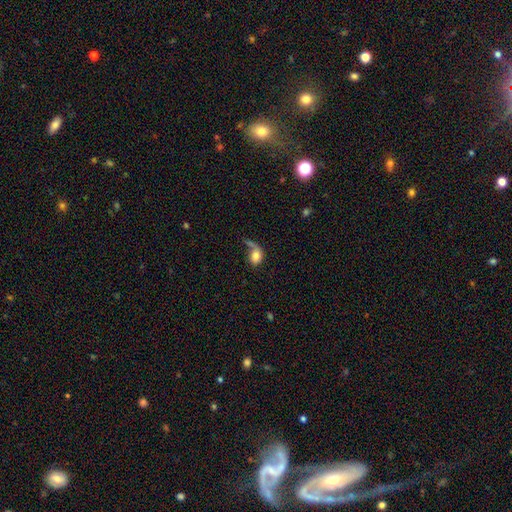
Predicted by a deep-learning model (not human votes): smooth-or-featured: smooth: 71% | featured or disk: 20% | star or artifact: 8%
  how-rounded: in between: 68% | round: 30% | cigar-shaped: 2%
  merging: major disturbance: 34% | none: 31% | minor disturbance: 19% | merger: 16%